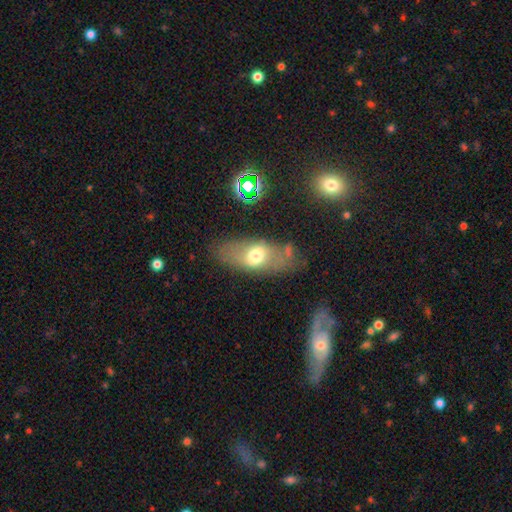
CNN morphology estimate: Smooth or featured?
  - smooth: 55% *
  - featured or disk: 33%
  - star or artifact: 11%
How rounded?
  - in between: 80% *
  - cigar-shaped: 13%
  - round: 7%
Merging?
  - none: 67% *
  - minor disturbance: 18%
  - major disturbance: 9%
  - merger: 5%